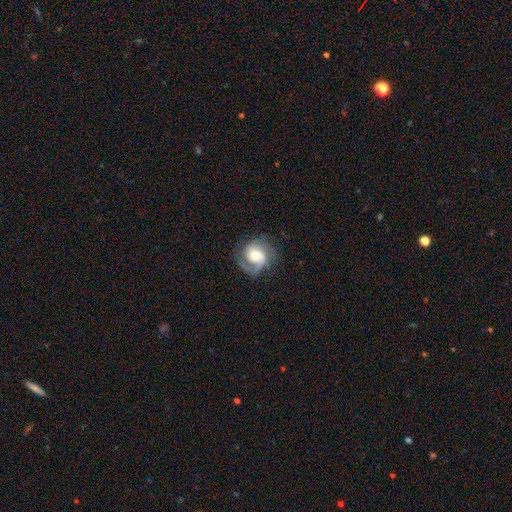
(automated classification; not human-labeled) featured or disk 79%, smooth 15%, star or artifact 6%. Down the decision tree: edge-on disk — no (98%); bar — no (57%); spiral arms — yes (95%); spiral arm count — 2 (67%); spiral winding — medium (46%); bulge size — moderate (56%); merging — none (70%).